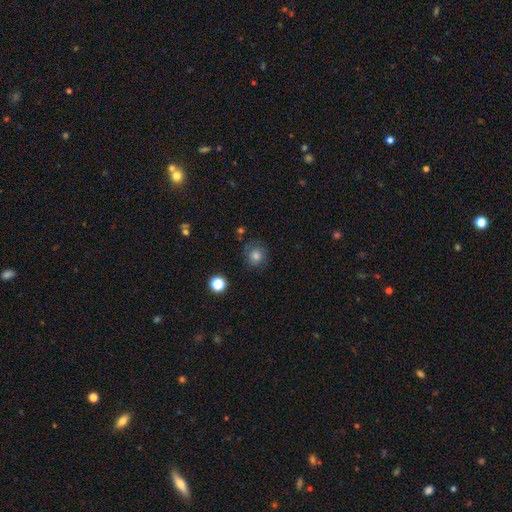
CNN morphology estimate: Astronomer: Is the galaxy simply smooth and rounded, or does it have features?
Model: smooth — 79%.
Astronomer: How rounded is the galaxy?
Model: round — 88%.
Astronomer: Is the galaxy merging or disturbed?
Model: none — 77%.